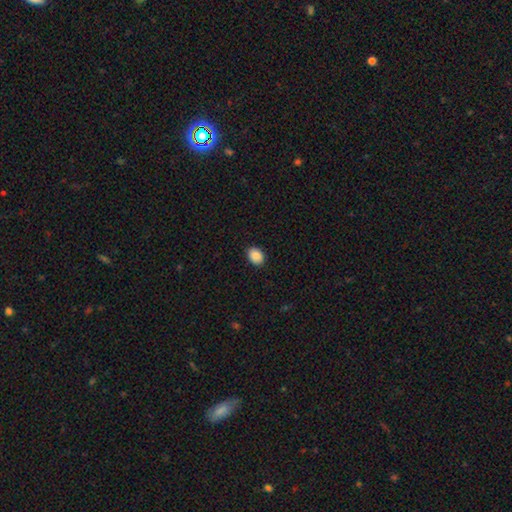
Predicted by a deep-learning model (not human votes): A smooth galaxy with no disk features (89%) that is in between round and cigar-shaped (68%). Merging: none (90%).